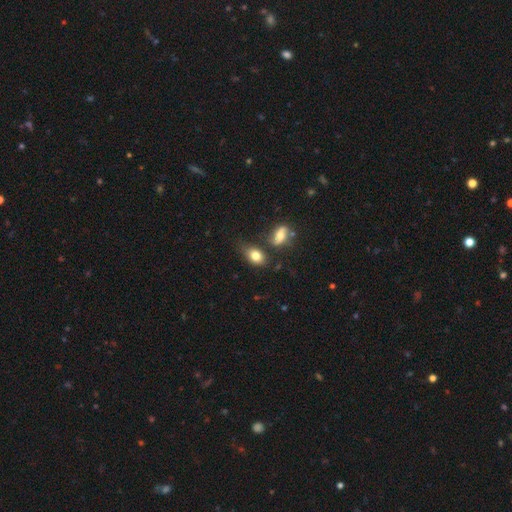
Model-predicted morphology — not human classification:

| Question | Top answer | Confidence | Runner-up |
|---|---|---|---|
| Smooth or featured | smooth | 80% | featured or disk (11%) |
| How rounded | in between | 78% | round (19%) |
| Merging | none | 59% | minor disturbance (21%) |